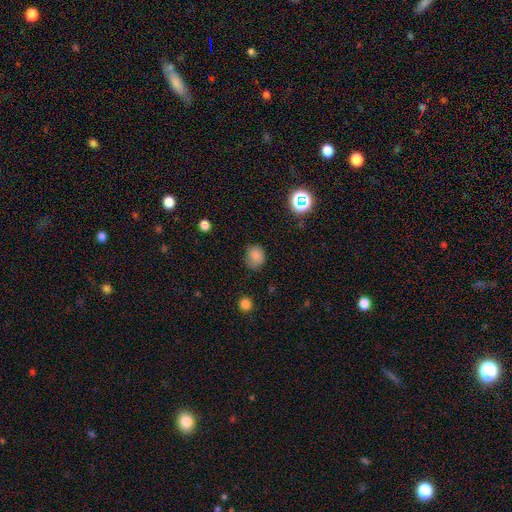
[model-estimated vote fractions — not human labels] Smooth or featured?
  - smooth: 81% *
  - star or artifact: 14%
  - featured or disk: 5%
How rounded?
  - round: 68% *
  - in between: 31%
  - cigar-shaped: 1%
Merging?
  - none: 75% *
  - minor disturbance: 19%
  - major disturbance: 5%
  - merger: 1%